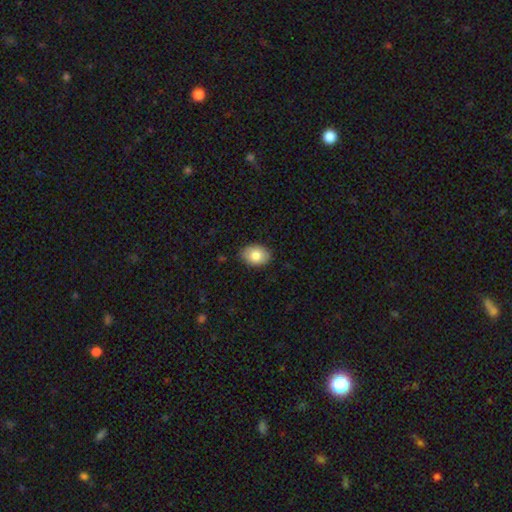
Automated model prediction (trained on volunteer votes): The model was most divided on "how rounded": in between: 77%, round: 22%, cigar-shaped: 1%. More confident: merging — none (85%); smooth or featured — smooth (83%).